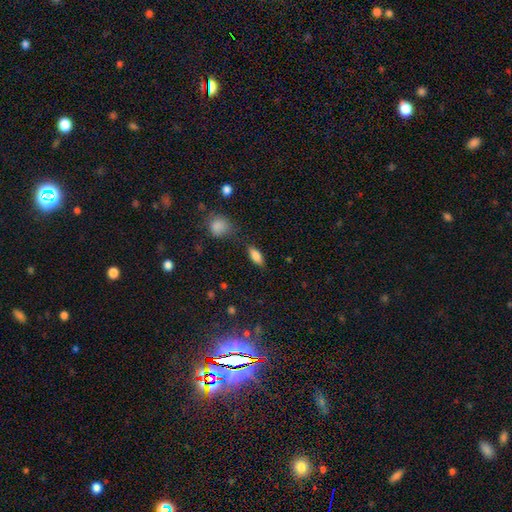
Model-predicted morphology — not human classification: A smooth galaxy with no disk features (81%) that is in between round and cigar-shaped (78%).

Vote fractions:
- Smooth or featured? smooth: 81% / featured or disk: 10% / star or artifact: 8%
- How rounded? in between: 78% / cigar-shaped: 18% / round: 3%
- Merging? none: 78% / minor disturbance: 14% / major disturbance: 4% / merger: 4%